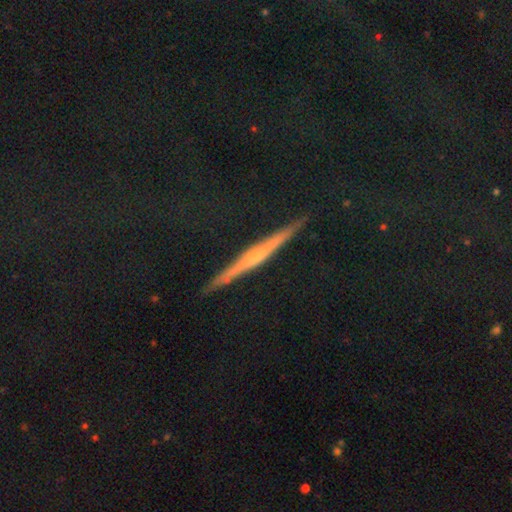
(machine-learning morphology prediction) This is likely a featured or disk galaxy (68%). It is clearly viewed edge-on (97%). Edge-on bulge: possibly rounded (54%). Merging: clearly none (90%).